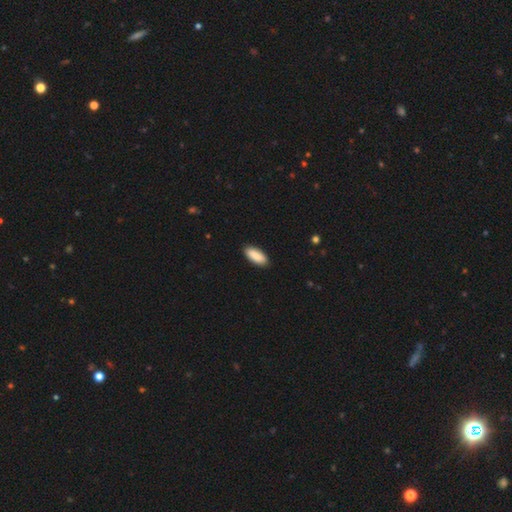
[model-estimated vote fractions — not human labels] Smooth or featured? Predicted: smooth (p=0.90). How rounded? Predicted: in between (p=0.84). Merging? Predicted: none (p=0.90).